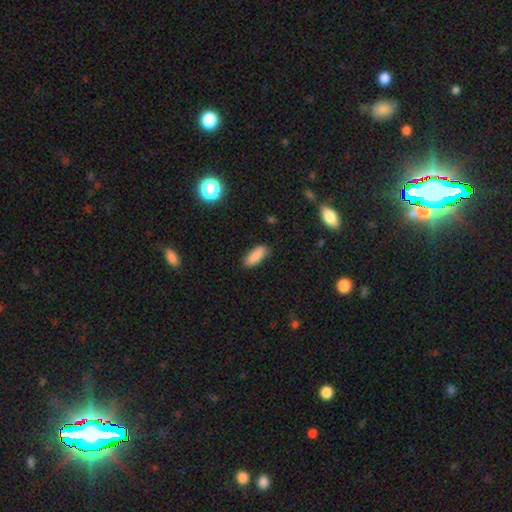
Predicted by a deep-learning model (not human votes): Q: Smooth or featured?
A: smooth (87%); runner-up: star or artifact (8%)
Q: How rounded?
A: in between (70%); runner-up: cigar-shaped (28%)
Q: Merging?
A: none (86%); runner-up: minor disturbance (11%)